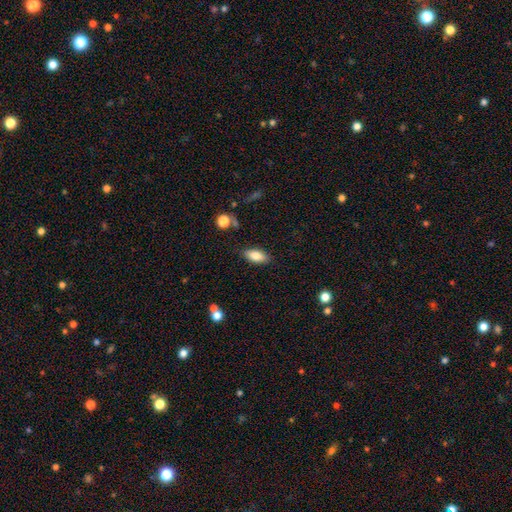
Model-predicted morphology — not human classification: type=smooth (80%); roundness=in between (85%); merging=none (85%).